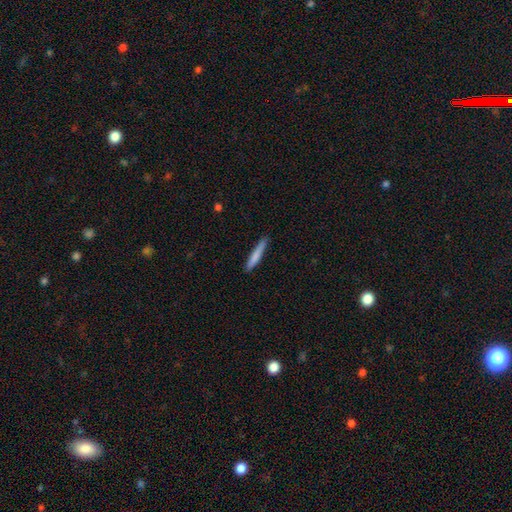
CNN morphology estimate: This is likely a smooth galaxy (78%). How rounded: clearly cigar-shaped (94%). Merging: clearly none (85%).